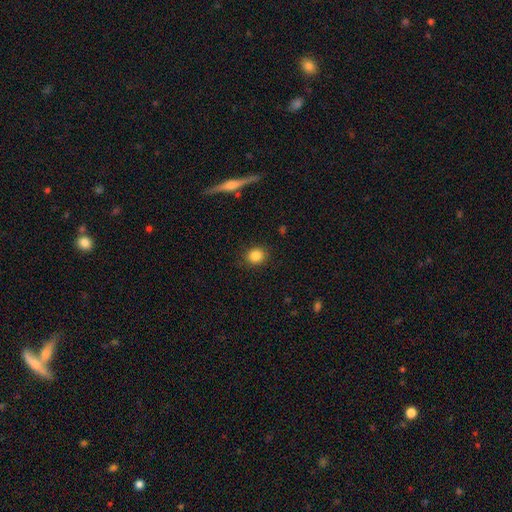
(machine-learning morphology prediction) smooth_or_featured: smooth (p=0.85) [alt: star or artifact p=0.10]
how_rounded: round (p=0.71) [alt: in between p=0.28]
merging: none (p=0.89) [alt: minor disturbance p=0.08]